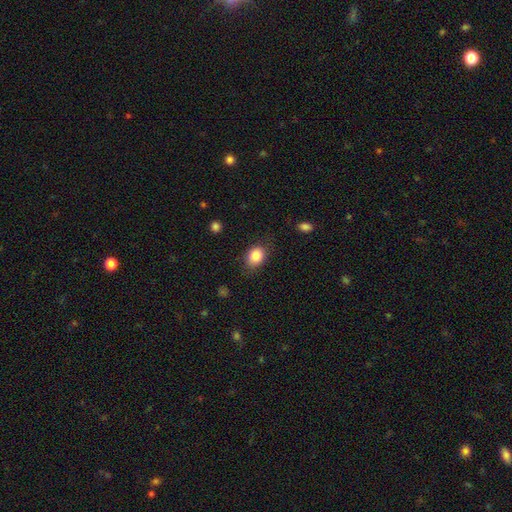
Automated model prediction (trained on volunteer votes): Smooth or featured? Predicted: smooth (p=0.84). How rounded? Predicted: in between (p=0.59). Merging? Predicted: none (p=0.79).